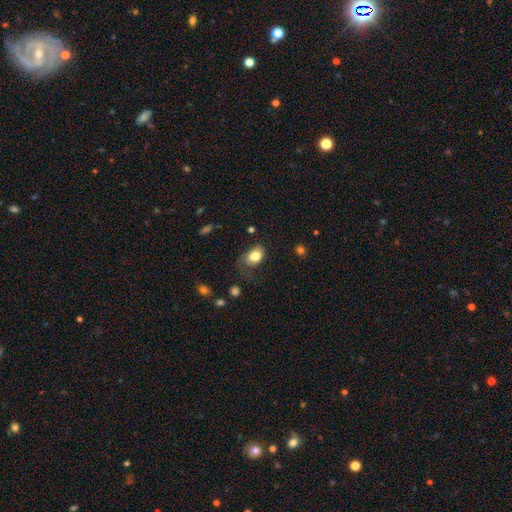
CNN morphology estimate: Smooth or featured?
  - smooth: 81% *
  - featured or disk: 12%
  - star or artifact: 8%
How rounded?
  - in between: 82% *
  - round: 17%
  - cigar-shaped: 1%
Merging?
  - none: 44% *
  - minor disturbance: 29%
  - major disturbance: 24%
  - merger: 2%